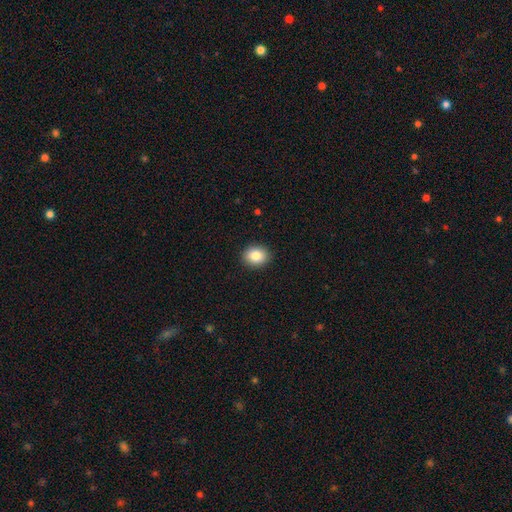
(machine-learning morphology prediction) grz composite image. It shows a smooth galaxy with no disk features (85%) that is round (55%). Merging: none (91%).